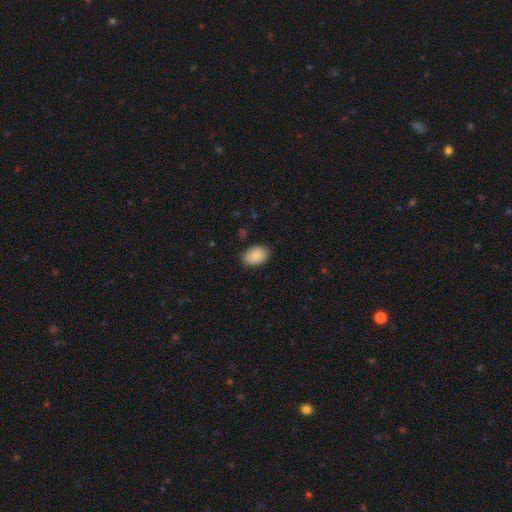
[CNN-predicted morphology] A smooth galaxy with no disk features (89%) that is in between round and cigar-shaped (86%).

Vote fractions:
- Smooth or featured? smooth: 89% / star or artifact: 7% / featured or disk: 4%
- How rounded? in between: 86% / round: 13% / cigar-shaped: 1%
- Merging? none: 83% / minor disturbance: 13% / major disturbance: 3% / merger: 1%